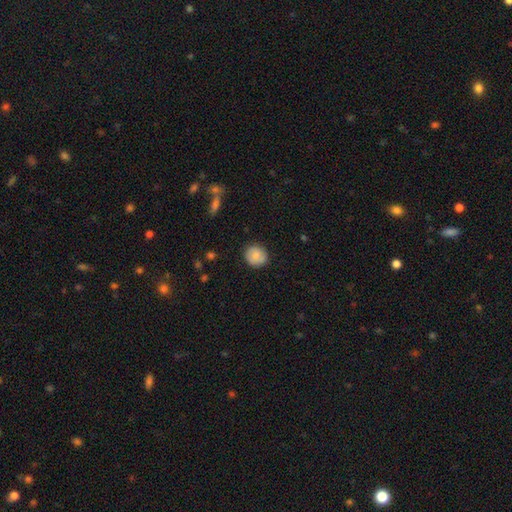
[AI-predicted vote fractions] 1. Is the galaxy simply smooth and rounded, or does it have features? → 73% smooth, 20% featured or disk, 7% star or artifact.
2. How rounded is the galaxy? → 85% round, 14% in between, 1% cigar-shaped.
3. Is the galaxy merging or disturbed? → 84% none, 12% minor disturbance, 3% major disturbance, 1% merger.